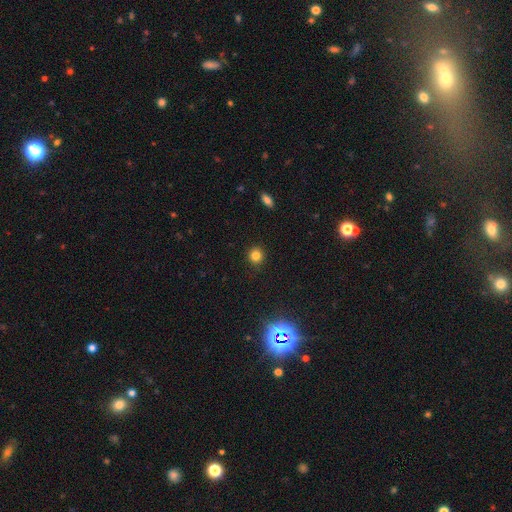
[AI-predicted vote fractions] Smooth or featured? smooth (80%)
How rounded? round (91%)
Merging? none (91%)